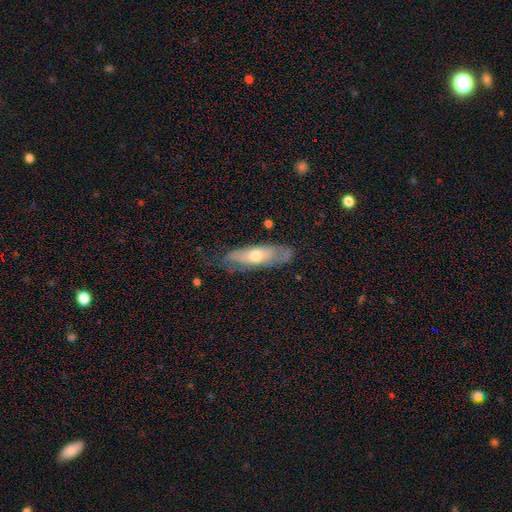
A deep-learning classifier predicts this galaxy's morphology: Smooth or featured: featured or disk — 52% (smooth — 42%)
Edge-on disk: no — 64% (yes — 36%)
Merging: none — 66% (minor disturbance — 24%)